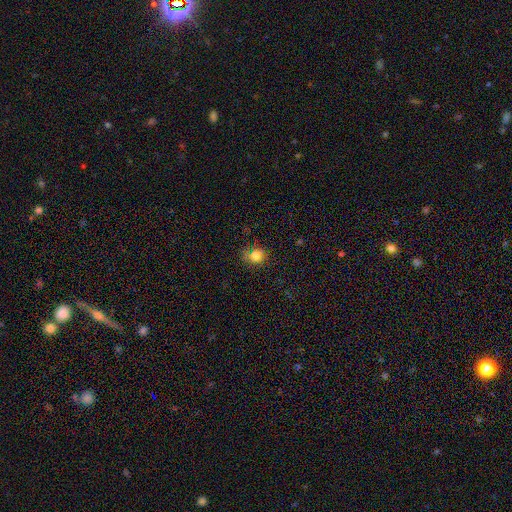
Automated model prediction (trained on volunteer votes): smooth_or_featured: smooth (p=0.82) [alt: star or artifact p=0.12]
how_rounded: round (p=0.68) [alt: in between p=0.31]
merging: none (p=0.69) [alt: minor disturbance p=0.23]